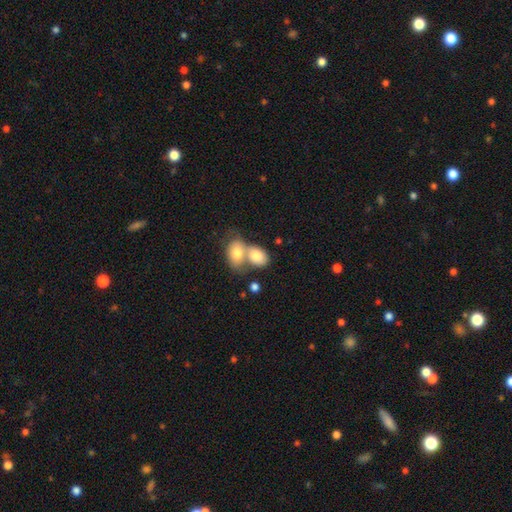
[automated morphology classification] This is likely a smooth galaxy (78%). How rounded: likely in between (76%). Merging: likely merger (68%).